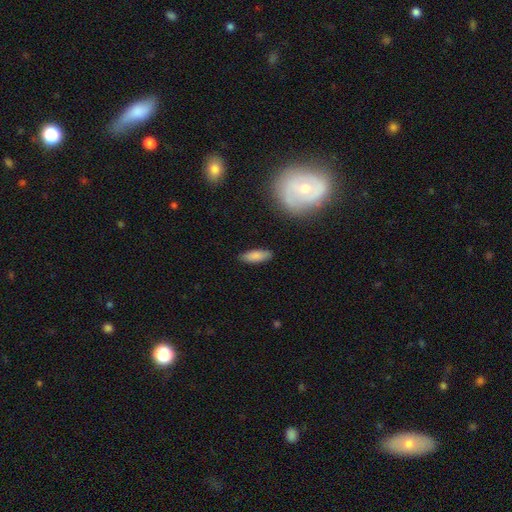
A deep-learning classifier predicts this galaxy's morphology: smooth_or_featured: smooth (p=0.83) [alt: featured or disk p=0.10]
how_rounded: in between (p=0.63) [alt: cigar-shaped p=0.35]
merging: none (p=0.86) [alt: minor disturbance p=0.11]